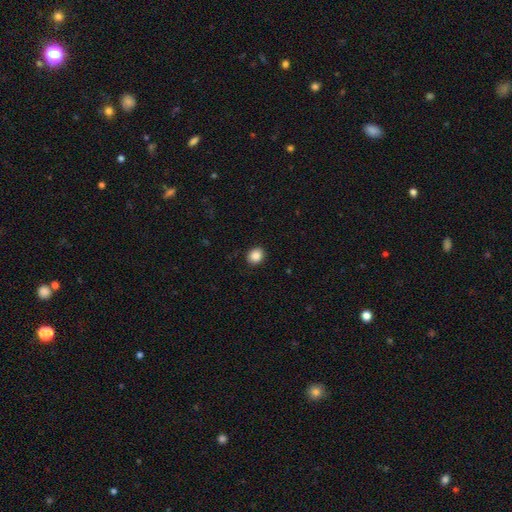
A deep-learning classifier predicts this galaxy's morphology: smooth-or-featured: smooth: 88% | star or artifact: 9% | featured or disk: 3%
  how-rounded: round: 67% | in between: 32% | cigar-shaped: 1%
  merging: none: 89% | minor disturbance: 8% | major disturbance: 2% | merger: 1%